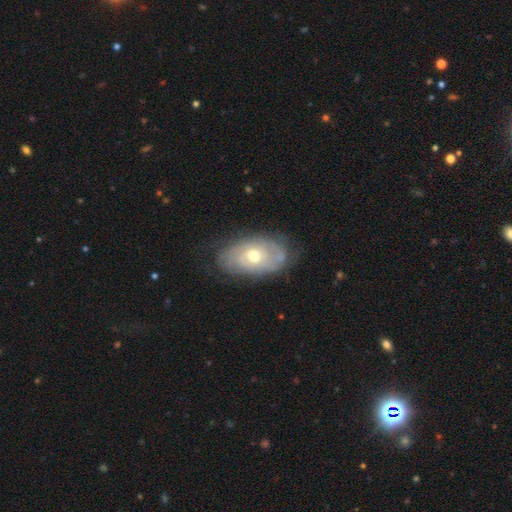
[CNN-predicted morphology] A featured or disk galaxy (74%) with no bar (81%), tight (72%) spiral arms (83%) and a moderate central bulge (69%). Merging: none (76%).